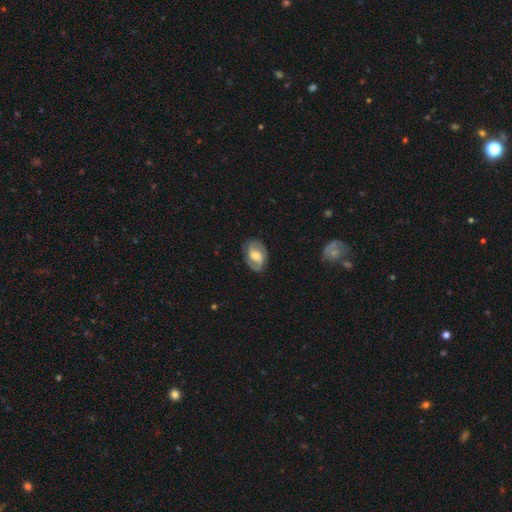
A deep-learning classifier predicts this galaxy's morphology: Overall: featured or disk (69%). Edge-on disk: no (97%). Bar: weak (50%; no 34%). Spiral arms: yes (91%). Spiral arm count: 2 (85%). Spiral winding: medium (48%; tight 28%). Bulge size: moderate (56%; small 21%). Merging: none (80%).